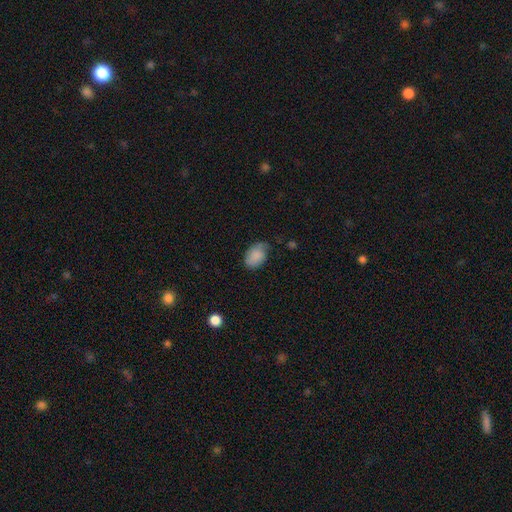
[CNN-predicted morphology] Overall: smooth (82%). How rounded: in between (83%). Merging: none (51%; minor disturbance 36%).